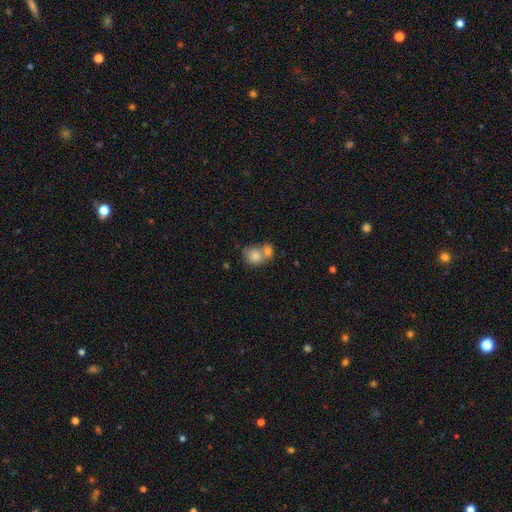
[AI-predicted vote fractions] Smooth or featured?
  - smooth: 81% *
  - featured or disk: 11%
  - star or artifact: 9%
How rounded?
  - round: 67% *
  - in between: 32%
  - cigar-shaped: 1%
Merging?
  - merger: 58% *
  - none: 29%
  - minor disturbance: 9%
  - major disturbance: 4%